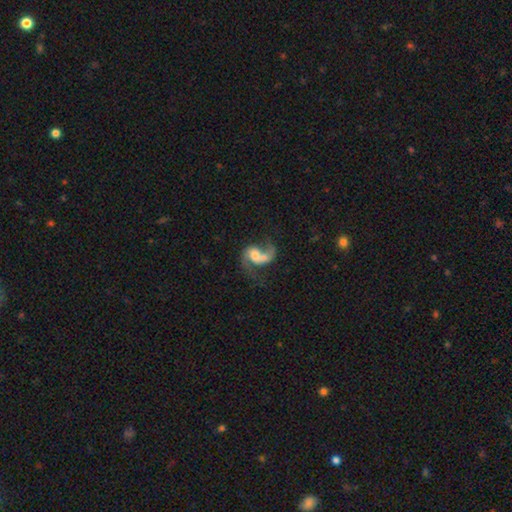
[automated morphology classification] type=featured or disk (72%); edge-on=no (98%); bar=no (59%); spiral arms=yes (87%); winding=loose (61%); arm count=2 (73%); bulge=moderate (47%); merging=merger (48%).